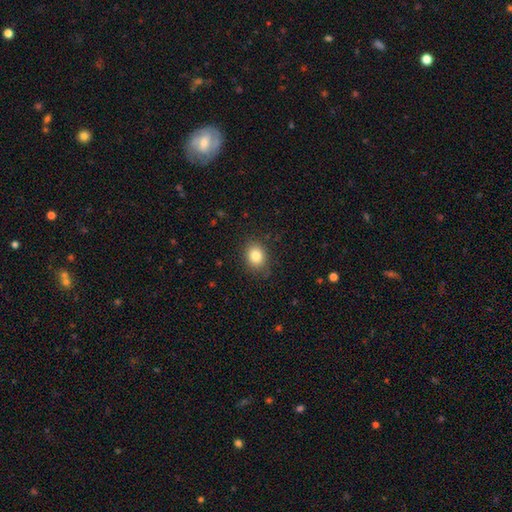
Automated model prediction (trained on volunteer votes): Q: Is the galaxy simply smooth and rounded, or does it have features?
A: smooth — 83%.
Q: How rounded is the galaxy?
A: round — 50%.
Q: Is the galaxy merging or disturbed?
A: none — 82%.